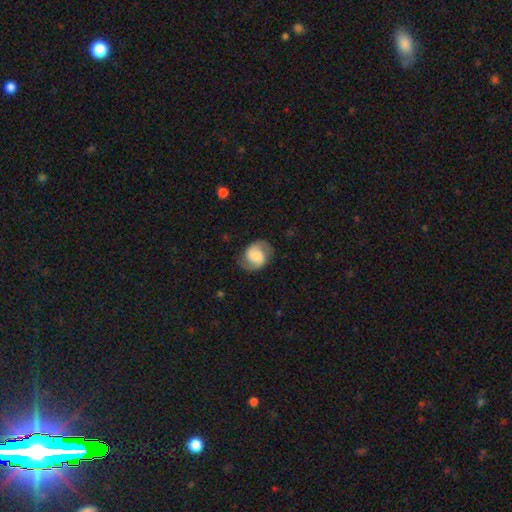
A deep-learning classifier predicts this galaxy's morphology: A featured or disk galaxy (69%) with no bar (47%), 2 (91%) medium (49%) spiral arms (94%) and no central bulge (34%).

Vote fractions:
- Smooth or featured? featured or disk: 69% / smooth: 24% / star or artifact: 7%
- Edge-on disk? no: 98% / yes: 2%
- Bar? no: 47% / weak: 39% / strong: 14%
- Spiral arms? yes: 94% / no: 6%
- Spiral winding? medium: 49% / loose: 28% / tight: 23%
- Spiral arm count? 2: 91% / can't tell: 3% / 1: 3% / 3: 1% / 4: 1% / more than 4: 1%
- Bulge size? none: 34% / large: 24% / small: 17% / moderate: 16% / dominant: 8%
- Merging? none: 77% / minor disturbance: 16% / major disturbance: 6% / merger: 1%